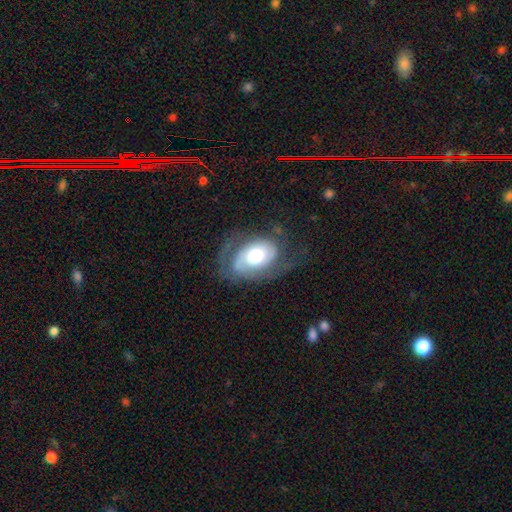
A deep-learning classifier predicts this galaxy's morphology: Smooth or featured?
  - featured or disk: 70% *
  - smooth: 24%
  - star or artifact: 7%
Edge-on disk?
  - no: 95% *
  - yes: 5%
Bar?
  - no: 73% *
  - weak: 20%
  - strong: 7%
Spiral arms?
  - yes: 83% *
  - no: 17%
Spiral winding?
  - medium: 41% *
  - tight: 36%
  - loose: 23%
Spiral arm count?
  - 2: 72% *
  - can't tell: 14%
  - 1: 9%
  - 3: 3%
  - 4: 2%
  - more than 4: 2%
Bulge size?
  - moderate: 54% *
  - large: 34%
  - dominant: 6%
  - small: 5%
  - none: 1%
Merging?
  - none: 60% *
  - minor disturbance: 21%
  - major disturbance: 17%
  - merger: 1%